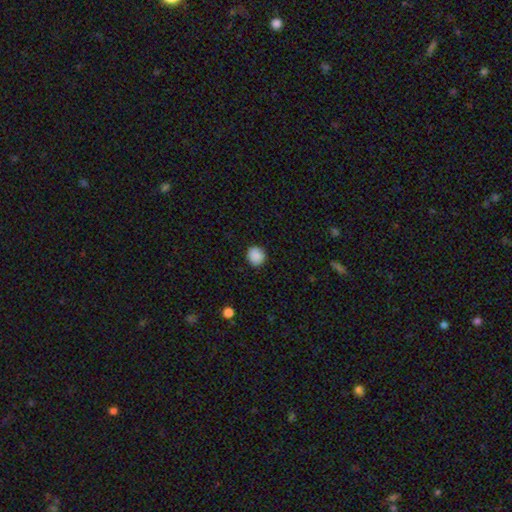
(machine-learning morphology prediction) smooth_or_featured: smooth (p=0.89) [alt: star or artifact p=0.09]
how_rounded: round (p=0.86) [alt: in between p=0.13]
merging: none (p=0.90) [alt: minor disturbance p=0.07]